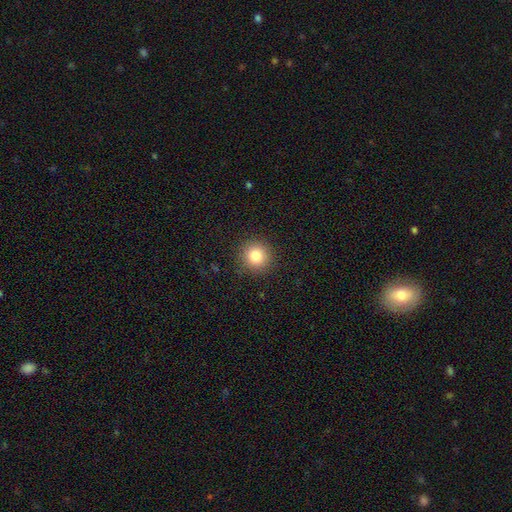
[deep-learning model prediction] The model was most divided on "smooth or featured": smooth: 83%, star or artifact: 11%, featured or disk: 6%. More confident: how rounded — round (93%); merging — none (89%).